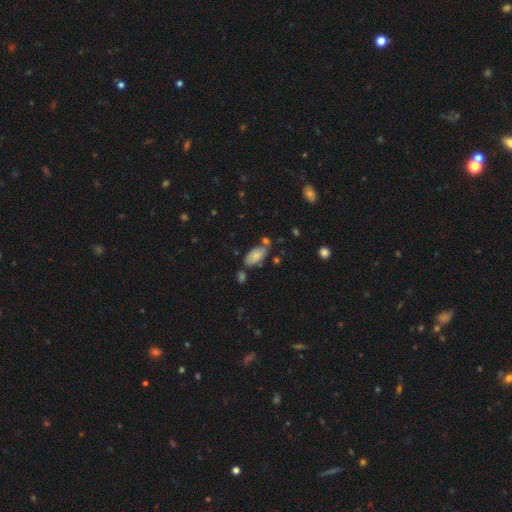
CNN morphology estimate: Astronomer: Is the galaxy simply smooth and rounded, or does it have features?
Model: smooth — 80%.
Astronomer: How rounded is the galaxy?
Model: in between — 92%.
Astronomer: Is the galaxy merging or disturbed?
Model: none — 63%.